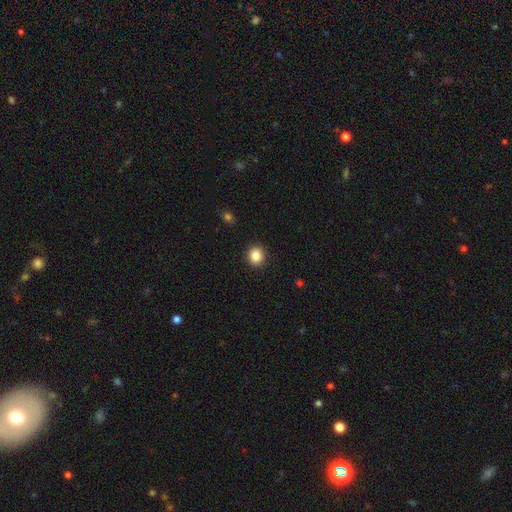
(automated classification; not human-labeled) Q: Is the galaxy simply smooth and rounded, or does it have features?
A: smooth — 86%.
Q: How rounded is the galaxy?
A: round — 83%.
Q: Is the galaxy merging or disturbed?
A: none — 92%.